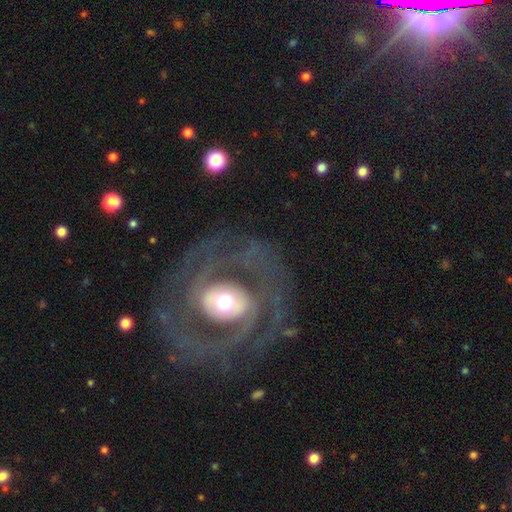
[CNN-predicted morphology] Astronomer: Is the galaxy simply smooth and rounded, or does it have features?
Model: featured or disk — 82%.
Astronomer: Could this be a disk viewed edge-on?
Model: no — 96%.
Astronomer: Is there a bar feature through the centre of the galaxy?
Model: no — 40% (runner-up: weak, 33%).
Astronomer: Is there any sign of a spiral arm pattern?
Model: yes — 80%.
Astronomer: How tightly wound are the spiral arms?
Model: tight — 50% (runner-up: medium, 38%).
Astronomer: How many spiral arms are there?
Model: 2 — 66%.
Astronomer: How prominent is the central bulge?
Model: moderate — 53% (runner-up: small, 31%).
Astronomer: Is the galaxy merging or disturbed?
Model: none — 77%.